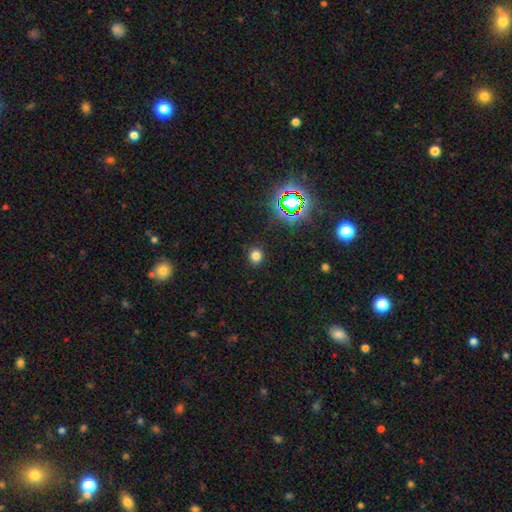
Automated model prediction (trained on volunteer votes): Smooth or featured? smooth (75%)
How rounded? round (85%)
Merging? none (90%)